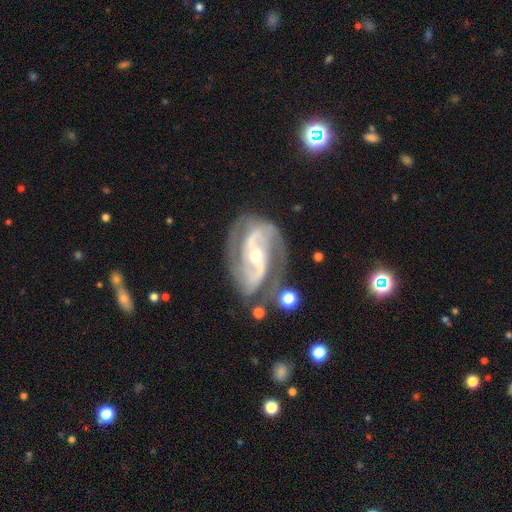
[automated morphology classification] Smooth or featured?
  - featured or disk: 91% *
  - star or artifact: 5%
  - smooth: 4%
Edge-on disk?
  - no: 97% *
  - yes: 3%
Bar?
  - strong: 38% *
  - weak: 36%
  - no: 27%
Spiral arms?
  - yes: 97% *
  - no: 3%
Spiral winding?
  - medium: 51% *
  - tight: 33%
  - loose: 15%
Spiral arm count?
  - 2: 75% *
  - 3: 11%
  - can't tell: 6%
  - 4: 3%
  - 1: 2%
  - more than 4: 2%
Bulge size?
  - moderate: 51% *
  - small: 45%
  - large: 2%
  - none: 1%
  - dominant: 1%
Merging?
  - none: 65% *
  - minor disturbance: 20%
  - major disturbance: 11%
  - merger: 4%